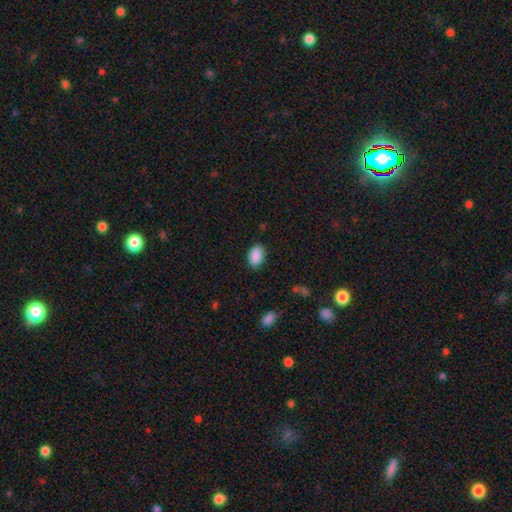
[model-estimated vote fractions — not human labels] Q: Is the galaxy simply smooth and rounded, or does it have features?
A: smooth — 90%.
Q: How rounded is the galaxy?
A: in between — 89%.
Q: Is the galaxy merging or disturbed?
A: none — 86%.